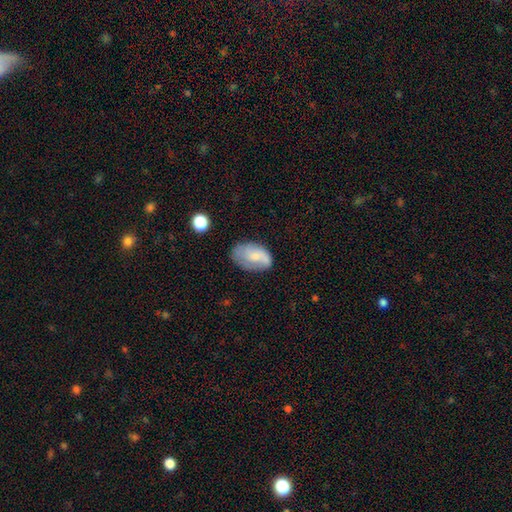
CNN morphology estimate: This is possibly a smooth galaxy (60%). How rounded: clearly in between (89%). Merging: possibly none (54%).